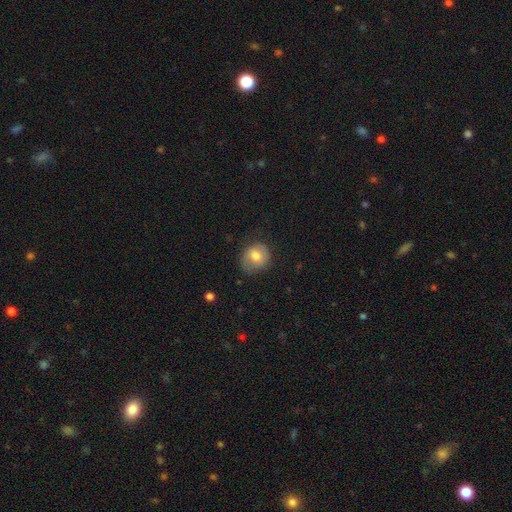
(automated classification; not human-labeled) Q: Smooth or featured?
A: smooth (68%); runner-up: featured or disk (24%)
Q: How rounded?
A: round (71%); runner-up: in between (28%)
Q: Merging?
A: none (68%); runner-up: minor disturbance (23%)